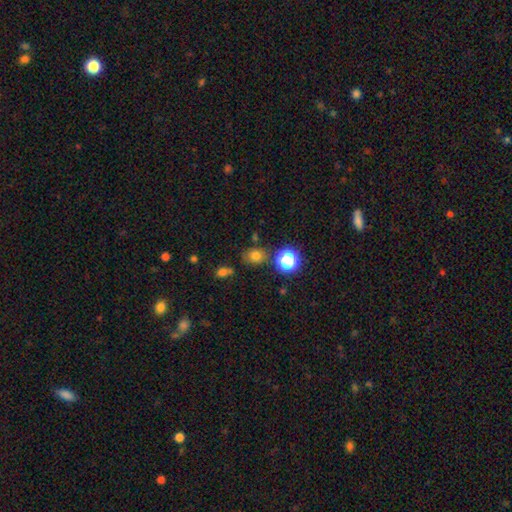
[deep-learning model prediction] smooth_or_featured: smooth (p=0.73) [alt: star or artifact p=0.19]
how_rounded: round (p=0.56) [alt: in between p=0.43]
merging: none (p=0.73) [alt: minor disturbance p=0.16]